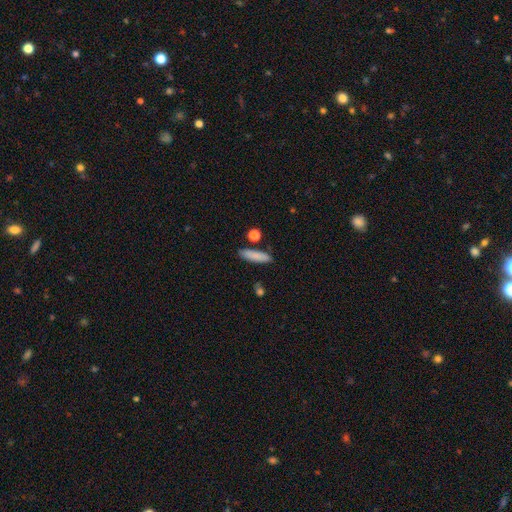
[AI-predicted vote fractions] This appears to be a smooth galaxy with no disk features (84%) that is cigar-shaped (62%). Merging: none (84%).